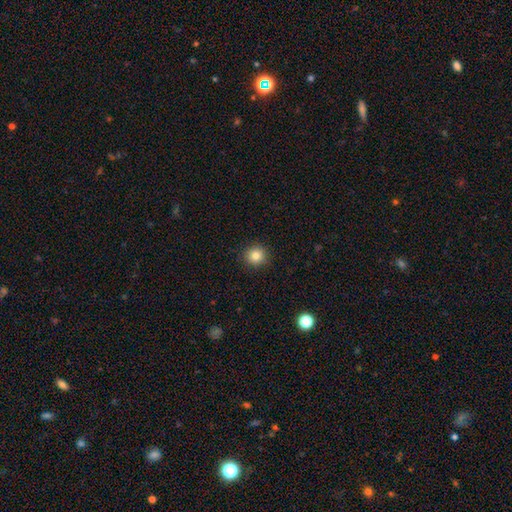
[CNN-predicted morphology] smooth-or-featured: smooth: 83% | star or artifact: 11% | featured or disk: 6%
  how-rounded: round: 92% | in between: 7% | cigar-shaped: 1%
  merging: none: 92% | minor disturbance: 5% | major disturbance: 2% | merger: 1%